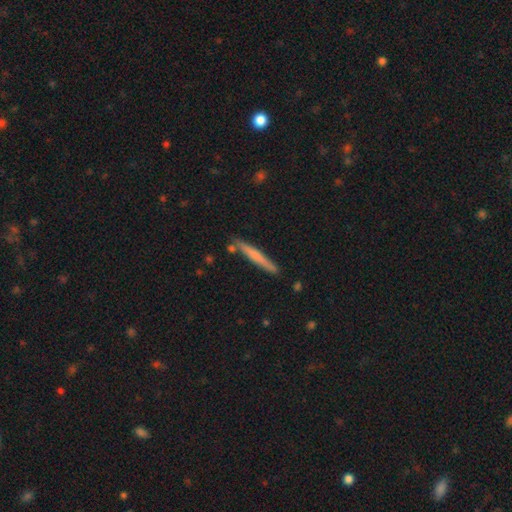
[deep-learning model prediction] A smooth galaxy with no disk features (60%) that is cigar-shaped (96%).

Vote fractions:
- Smooth or featured? smooth: 60% / featured or disk: 34% / star or artifact: 5%
- How rounded? cigar-shaped: 96% / in between: 2% / round: 1%
- Merging? none: 86% / minor disturbance: 9% / merger: 3% / major disturbance: 2%